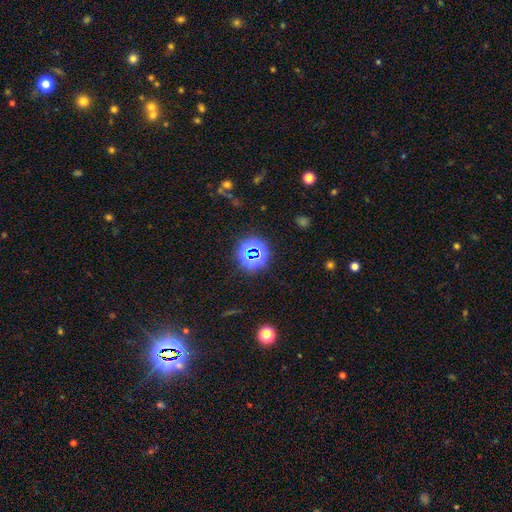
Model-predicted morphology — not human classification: star or artifact 68%, smooth 22%, featured or disk 9%.